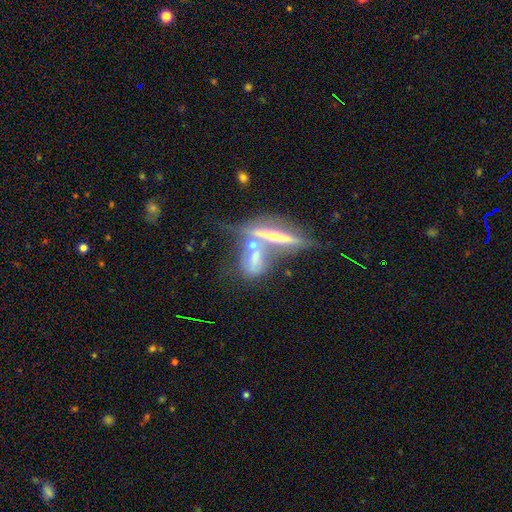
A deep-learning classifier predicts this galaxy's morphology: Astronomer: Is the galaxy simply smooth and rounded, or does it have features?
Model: featured or disk — 66%.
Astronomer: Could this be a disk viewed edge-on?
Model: yes — 76%.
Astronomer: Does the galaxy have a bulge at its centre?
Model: rounded — 62%.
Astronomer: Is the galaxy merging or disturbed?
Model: merger — 51% (runner-up: none, 32%).